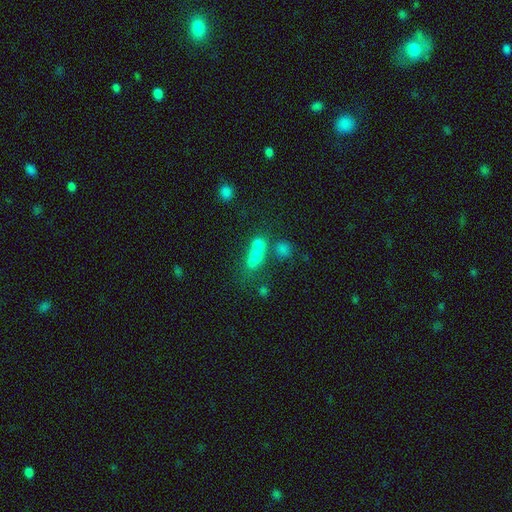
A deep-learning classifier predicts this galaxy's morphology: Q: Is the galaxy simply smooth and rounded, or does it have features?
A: smooth — 61%.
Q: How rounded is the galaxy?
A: round — 62%.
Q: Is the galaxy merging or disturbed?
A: merger — 58%.